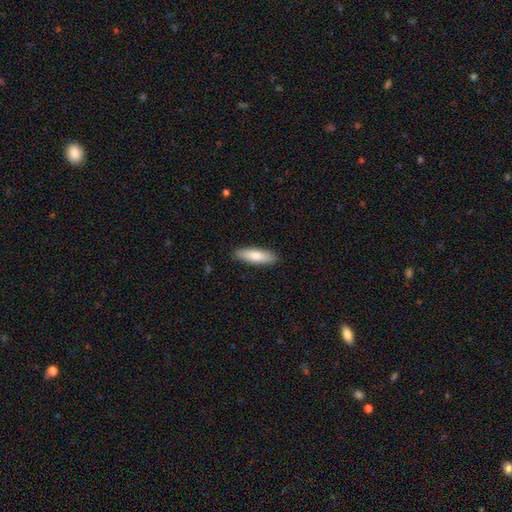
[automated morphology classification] Smooth or featured: smooth — 77% (featured or disk — 17%)
How rounded: cigar-shaped — 55% (in between — 43%)
Merging: none — 90% (minor disturbance — 8%)